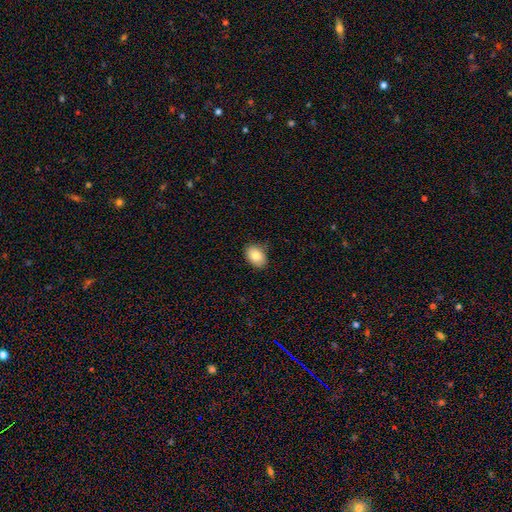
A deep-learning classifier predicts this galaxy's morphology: This is clearly a smooth galaxy (83%). How rounded: likely in between (76%). Merging: clearly none (84%).